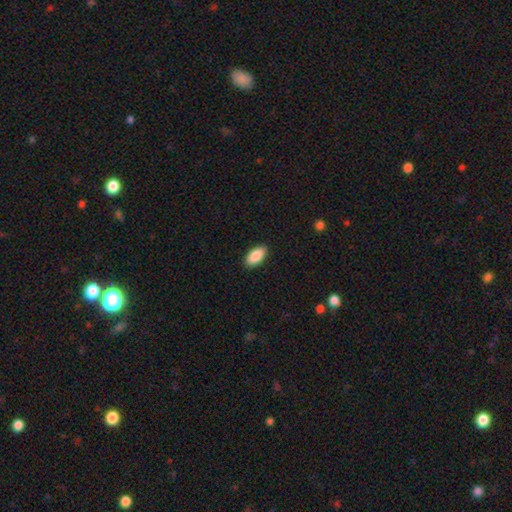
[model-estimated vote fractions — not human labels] A smooth galaxy with no disk features (89%) that is in between round and cigar-shaped (93%). Merging: none (90%).